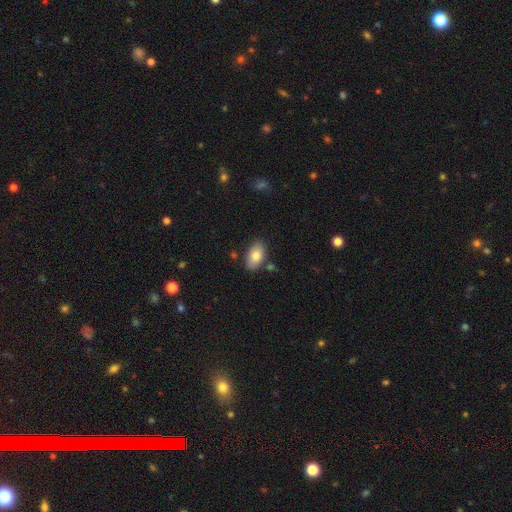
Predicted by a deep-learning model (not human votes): A smooth galaxy with no disk features (81%) that is in between round and cigar-shaped (93%).

Vote fractions:
- Smooth or featured? smooth: 81% / featured or disk: 12% / star or artifact: 7%
- How rounded? in between: 93% / round: 5% / cigar-shaped: 2%
- Merging? none: 81% / minor disturbance: 12% / merger: 4% / major disturbance: 3%